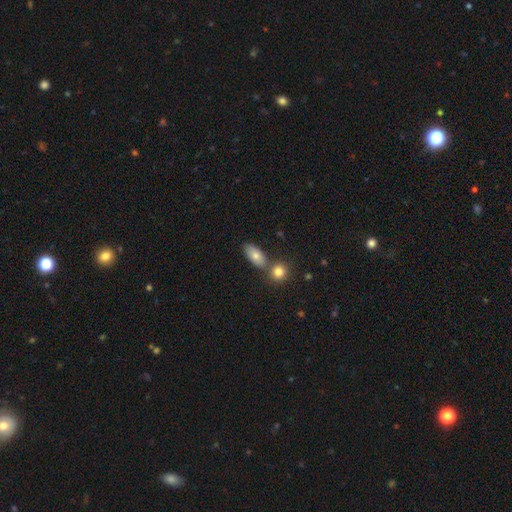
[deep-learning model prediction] smooth 77%, featured or disk 15%, star or artifact 8%. Down the decision tree: how rounded — in between (84%); merging — none (63%).